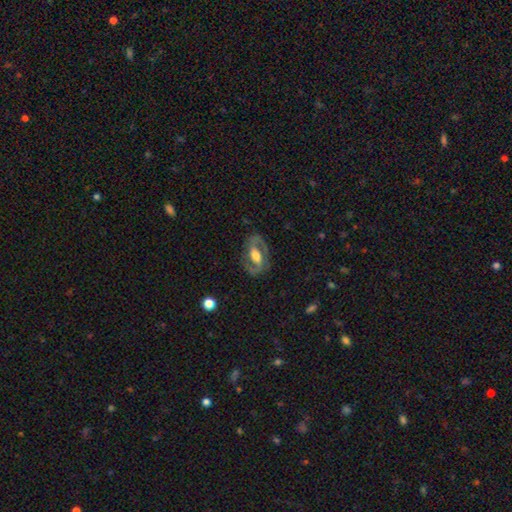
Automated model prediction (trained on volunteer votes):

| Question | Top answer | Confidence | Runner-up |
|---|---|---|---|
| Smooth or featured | featured or disk | 82% | smooth (13%) |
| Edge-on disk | no | 95% | yes (5%) |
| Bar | weak | 38% | strong (35%) |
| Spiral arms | yes | 88% | no (12%) |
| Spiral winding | medium | 55% | tight (26%) |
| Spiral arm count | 2 | 90% | can't tell (4%) |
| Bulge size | moderate | 59% | large (23%) |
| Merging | none | 79% | minor disturbance (13%) |